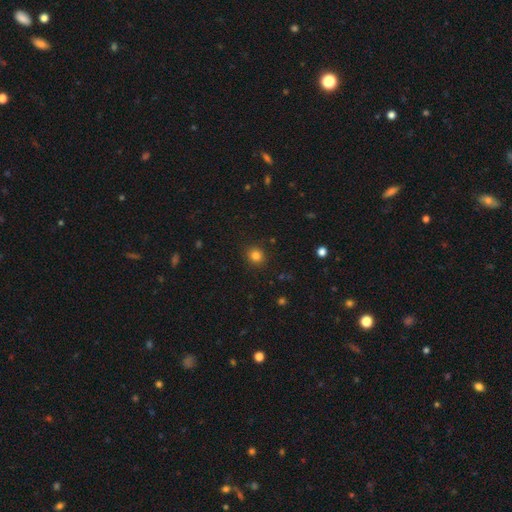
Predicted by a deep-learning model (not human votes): This is clearly a smooth galaxy (82%). How rounded: clearly round (87%). Merging: clearly none (90%).